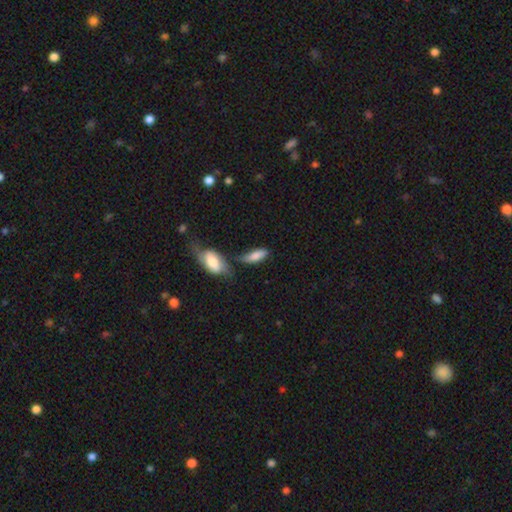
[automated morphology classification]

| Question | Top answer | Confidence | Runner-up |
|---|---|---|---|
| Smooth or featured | smooth | 79% | featured or disk (14%) |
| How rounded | in between | 72% | cigar-shaped (25%) |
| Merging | none | 40% | merger (25%) |